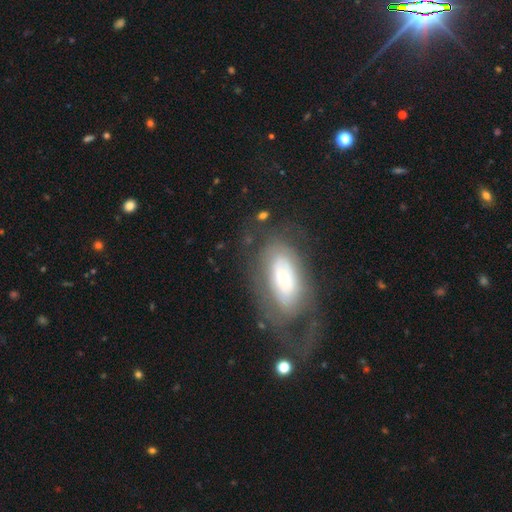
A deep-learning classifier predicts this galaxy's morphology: Smooth or featured? Predicted: featured or disk (p=0.66). Edge-on disk? Predicted: no (p=0.89). Bar? Predicted: no (p=0.63). Spiral arms? Predicted: yes (p=0.72). Bulge size? Predicted: moderate (p=0.38). Merging? Predicted: none (p=0.58).